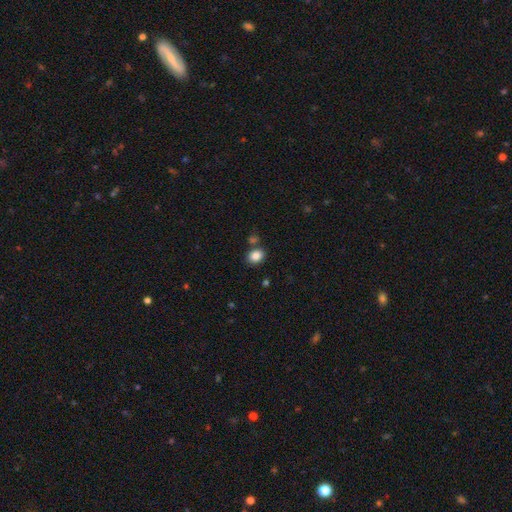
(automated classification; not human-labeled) Overall: smooth (86%). How rounded: in between (57%; round 42%). Merging: none (75%).